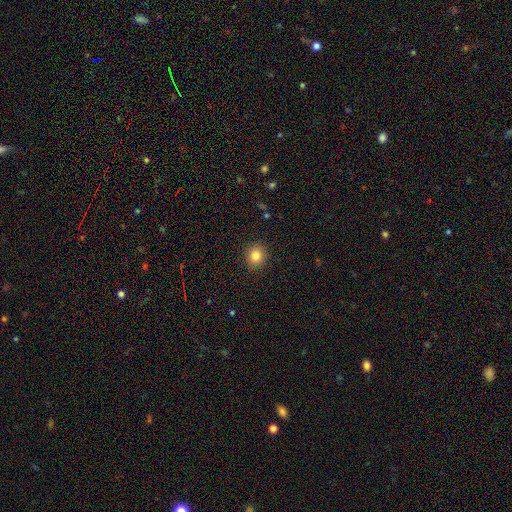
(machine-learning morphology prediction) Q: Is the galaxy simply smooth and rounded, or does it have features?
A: smooth — 83%.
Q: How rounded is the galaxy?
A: round — 86%.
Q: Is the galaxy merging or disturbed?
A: none — 91%.